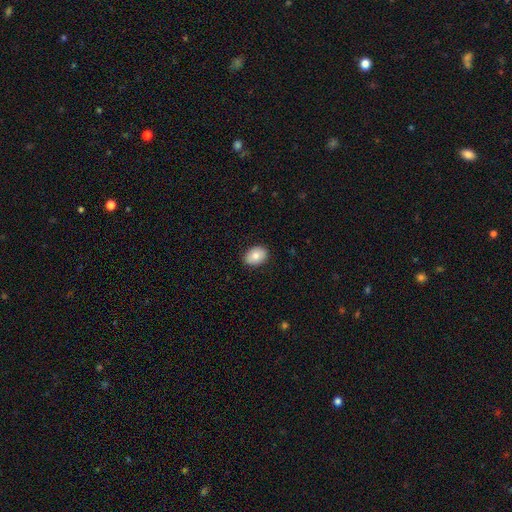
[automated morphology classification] A smooth galaxy with no disk features (82%) that is in between round and cigar-shaped (76%).

Vote fractions:
- Smooth or featured? smooth: 82% / featured or disk: 11% / star or artifact: 7%
- How rounded? in between: 76% / round: 23% / cigar-shaped: 1%
- Merging? none: 88% / minor disturbance: 9% / major disturbance: 2% / merger: 1%